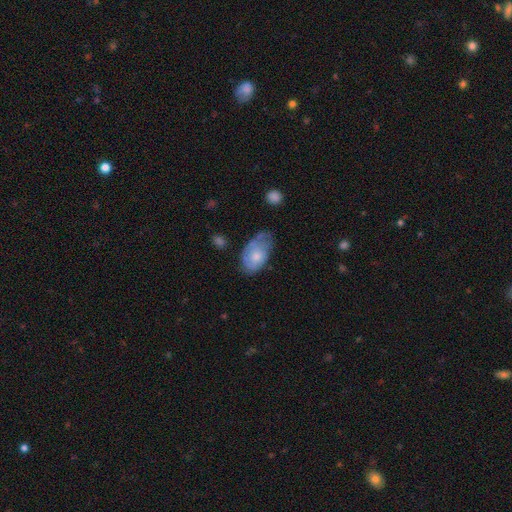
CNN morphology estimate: type=smooth (57%); roundness=in between (89%); merging=minor disturbance (39%).